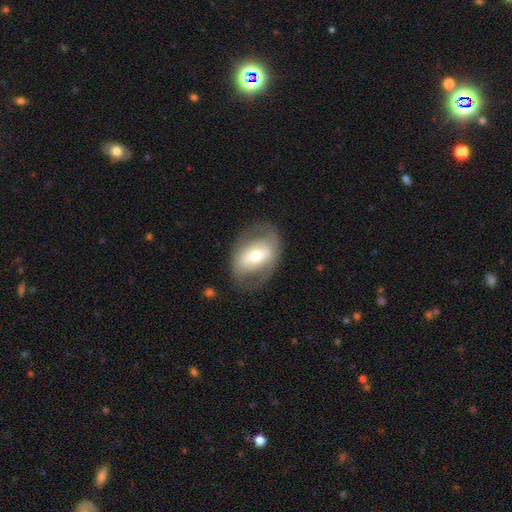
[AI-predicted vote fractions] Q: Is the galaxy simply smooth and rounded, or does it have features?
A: featured or disk — 59%.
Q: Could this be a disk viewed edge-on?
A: no — 92%.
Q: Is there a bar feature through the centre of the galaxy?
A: strong — 39%.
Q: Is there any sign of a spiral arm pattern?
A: no — 65%.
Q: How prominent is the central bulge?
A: moderate — 61%.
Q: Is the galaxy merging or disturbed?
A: none — 74%.